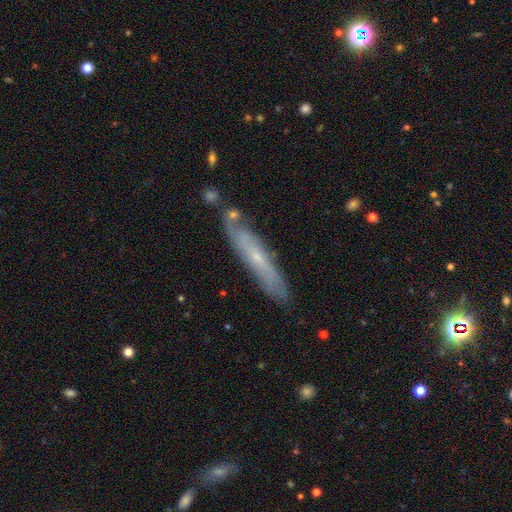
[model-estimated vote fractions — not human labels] smooth-or-featured: featured or disk: 61% | smooth: 31% | star or artifact: 8%
  disk-edge-on: yes: 61% | no: 39%
  merging: none: 76% | minor disturbance: 15% | merger: 5% | major disturbance: 3%